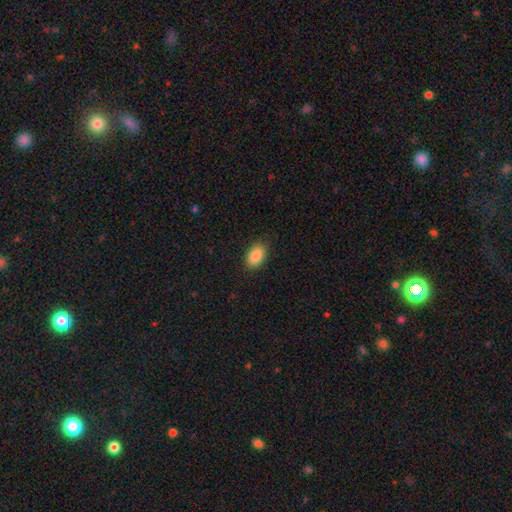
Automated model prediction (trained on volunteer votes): A smooth galaxy with no disk features (88%) that is in between round and cigar-shaped (91%). Merging: none (86%).